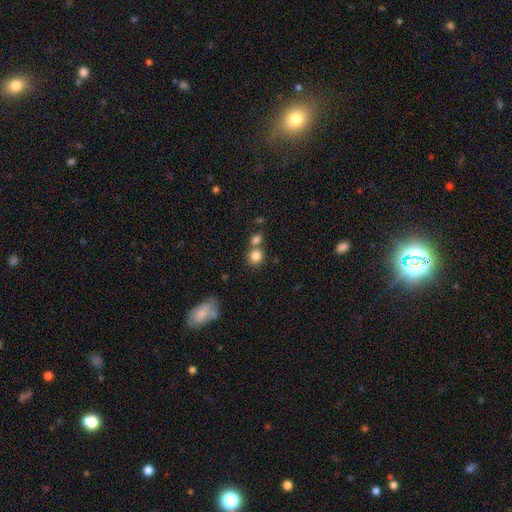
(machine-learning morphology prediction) This is clearly a smooth galaxy (83%). How rounded: likely round (79%). Merging: possibly none (55%).